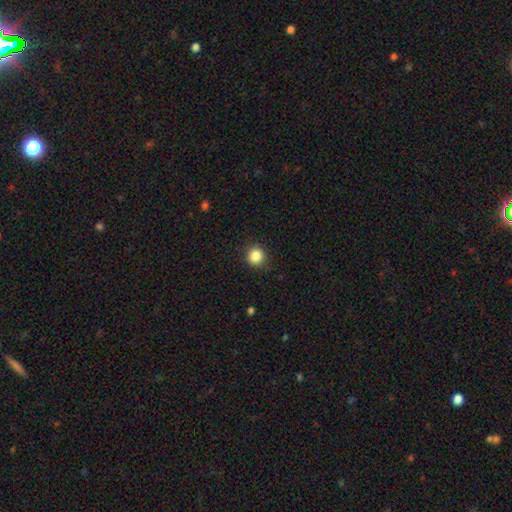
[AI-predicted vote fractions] Smooth or featured: smooth — 86% (star or artifact — 10%)
How rounded: round — 94% (in between — 5%)
Merging: none — 90% (minor disturbance — 6%)